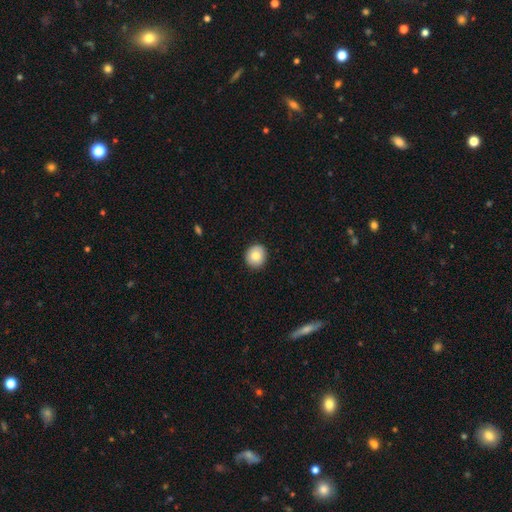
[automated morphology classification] smooth 82%, featured or disk 10%, star or artifact 8%. Down the decision tree: how rounded — round (84%); merging — none (91%).